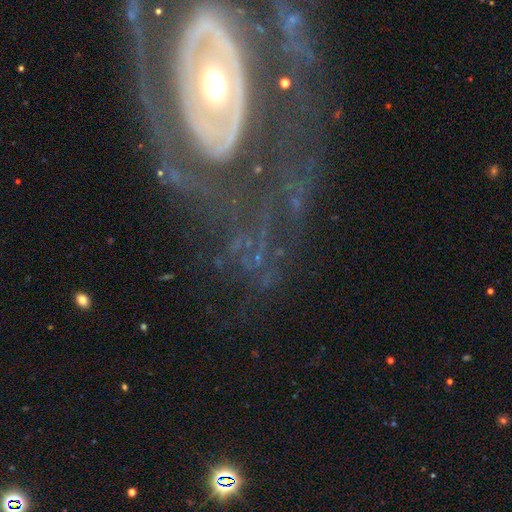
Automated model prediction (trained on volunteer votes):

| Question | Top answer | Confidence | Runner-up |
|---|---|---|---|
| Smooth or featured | featured or disk | 76% | star or artifact (12%) |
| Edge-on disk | no | 91% | yes (9%) |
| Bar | no | 60% | weak (22%) |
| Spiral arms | yes | 64% | no (36%) |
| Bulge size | moderate | 60% | small (21%) |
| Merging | none | 52% | major disturbance (27%) |